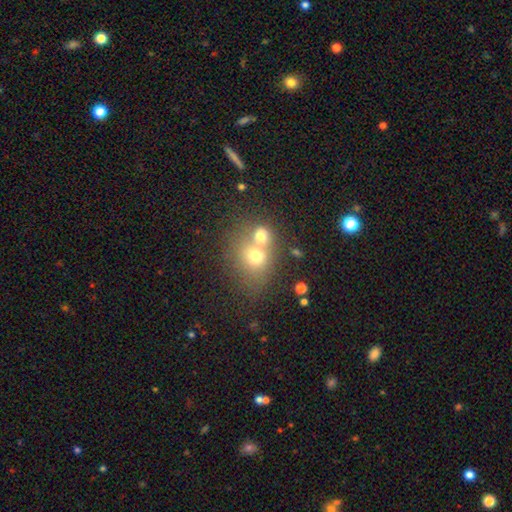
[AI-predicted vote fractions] The model was most divided on "merging": merger: 55%, none: 33%, minor disturbance: 7%, major disturbance: 4%. More confident: how rounded — round (68%); smooth or featured — smooth (67%).